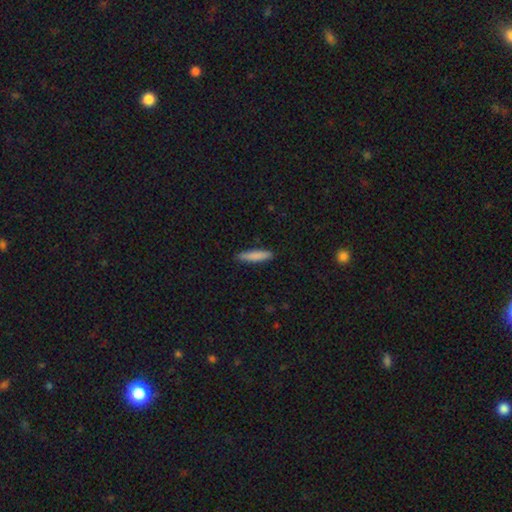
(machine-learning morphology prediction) Smooth or featured?
  - smooth: 84% *
  - featured or disk: 10%
  - star or artifact: 6%
How rounded?
  - cigar-shaped: 84% *
  - in between: 15%
  - round: 1%
Merging?
  - none: 88% *
  - minor disturbance: 9%
  - major disturbance: 2%
  - merger: 1%